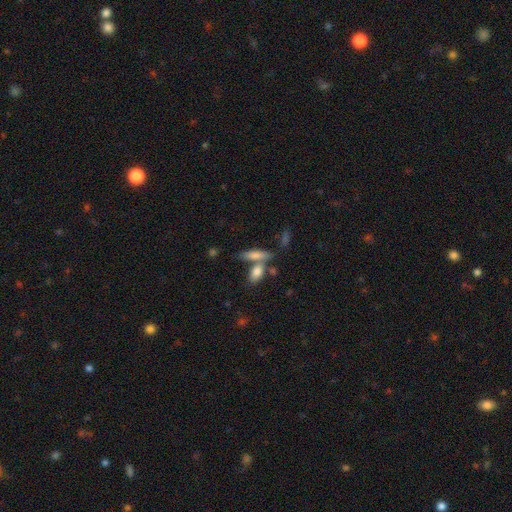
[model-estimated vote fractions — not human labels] Q: Smooth or featured?
A: smooth (73%); runner-up: featured or disk (20%)
Q: How rounded?
A: cigar-shaped (48%); runner-up: in between (47%)
Q: Merging?
A: none (54%); runner-up: merger (31%)